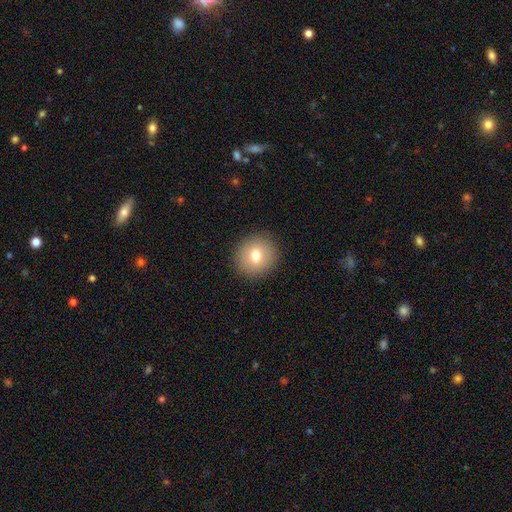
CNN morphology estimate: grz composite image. It shows a smooth galaxy with no disk features (74%) that is round (89%). Merging: none (90%).